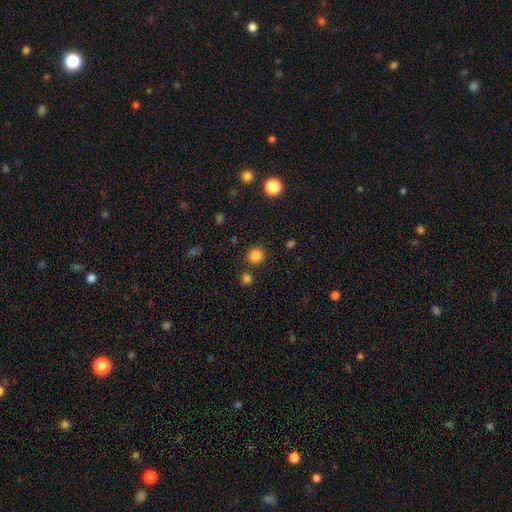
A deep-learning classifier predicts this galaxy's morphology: Overall: smooth (83%). How rounded: round (92%). Merging: none (85%).